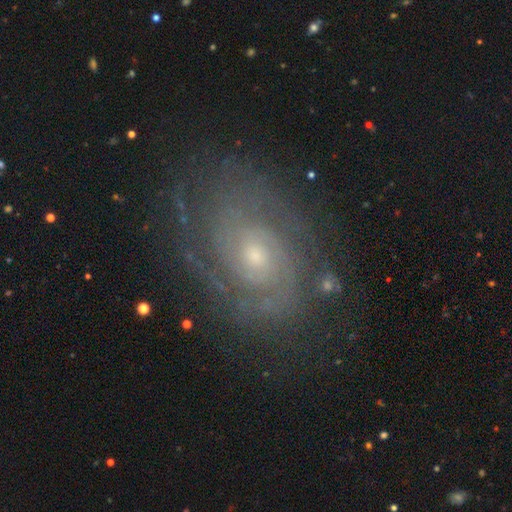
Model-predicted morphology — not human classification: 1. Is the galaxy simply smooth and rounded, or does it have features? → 85% featured or disk, 8% star or artifact, 7% smooth.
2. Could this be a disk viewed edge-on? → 97% no, 3% yes.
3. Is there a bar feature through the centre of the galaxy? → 73% no, 23% weak, 5% strong.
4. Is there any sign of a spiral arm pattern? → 96% yes, 4% no.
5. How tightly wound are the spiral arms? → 69% tight, 25% medium, 5% loose.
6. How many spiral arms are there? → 41% 2, 27% can't tell, 14% 3, 7% 4, 6% more than 4, 5% 1.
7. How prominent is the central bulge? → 58% small, 38% moderate, 2% large, 2% none, 1% dominant.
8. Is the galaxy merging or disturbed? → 77% none, 15% minor disturbance, 6% major disturbance, 2% merger.